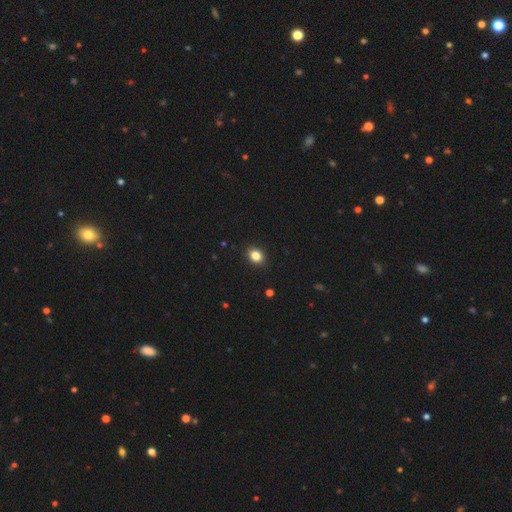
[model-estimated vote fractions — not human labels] Overall: smooth (84%). How rounded: round (53%; in between 46%). Merging: none (90%).